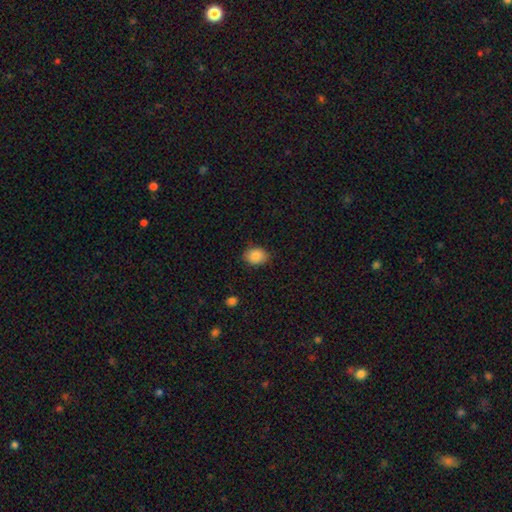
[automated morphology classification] A smooth galaxy with no disk features (87%) that is in between round and cigar-shaped (64%). Merging: none (83%).